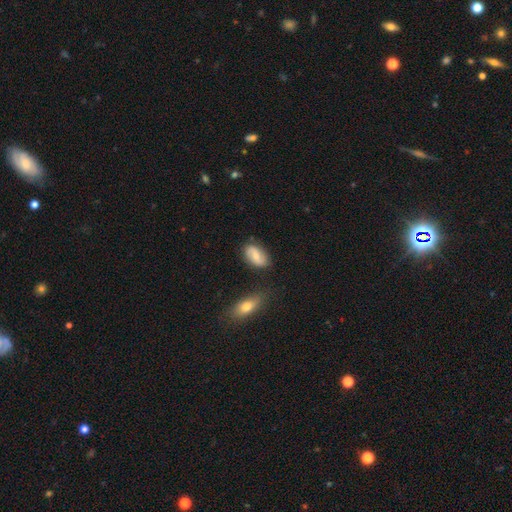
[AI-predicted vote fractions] The model was most divided on "smooth or featured": smooth: 48%, featured or disk: 45%, star or artifact: 7%. More confident: merging — none (77%).